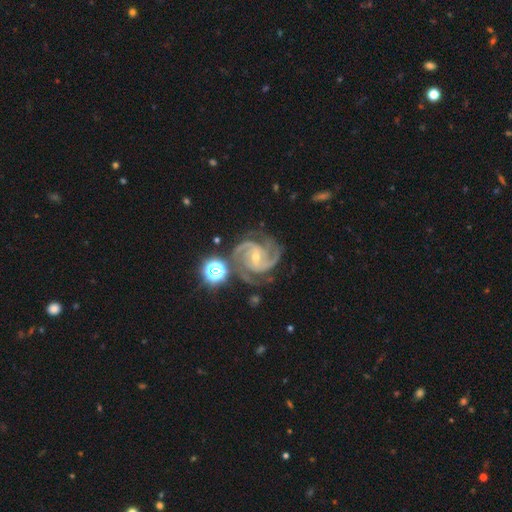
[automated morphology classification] This is clearly a featured or disk galaxy (92%). It is clearly not viewed edge-on (98%). Bar: marginally weak (42%). Spiral arm pattern: clearly yes (99%). Spiral arm count: possibly 3 (48%). Spiral winding: possibly tight (48%). Central bulge: likely small (61%). Merging: likely none (71%).